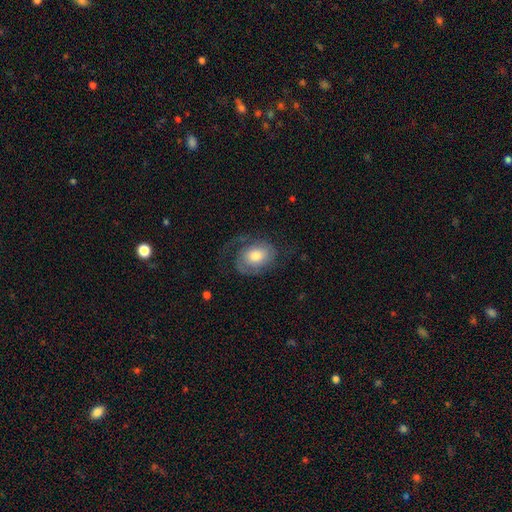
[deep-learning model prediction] A featured or disk galaxy (64%) with no bar (75%), 2 (63%) medium (39%) spiral arms (88%) and a moderate central bulge (57%).

Vote fractions:
- Smooth or featured? featured or disk: 64% / smooth: 30% / star or artifact: 7%
- Edge-on disk? no: 97% / yes: 3%
- Bar? no: 75% / weak: 21% / strong: 4%
- Spiral arms? yes: 88% / no: 12%
- Spiral winding? medium: 39% / tight: 33% / loose: 28%
- Spiral arm count? 2: 63% / 1: 21% / can't tell: 10% / 3: 3% / 4: 1% / more than 4: 1%
- Bulge size? moderate: 57% / large: 24% / small: 13% / dominant: 4% / none: 2%
- Merging? none: 58% / major disturbance: 21% / minor disturbance: 19% / merger: 1%